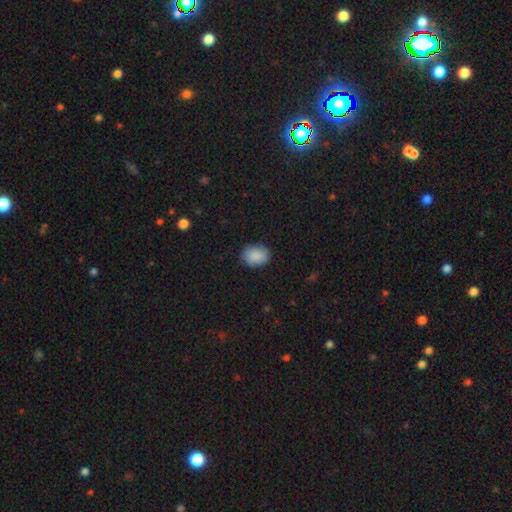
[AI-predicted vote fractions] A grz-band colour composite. It shows a smooth galaxy with no disk features (89%) that is in between round and cigar-shaped (61%). Merging: none (85%).